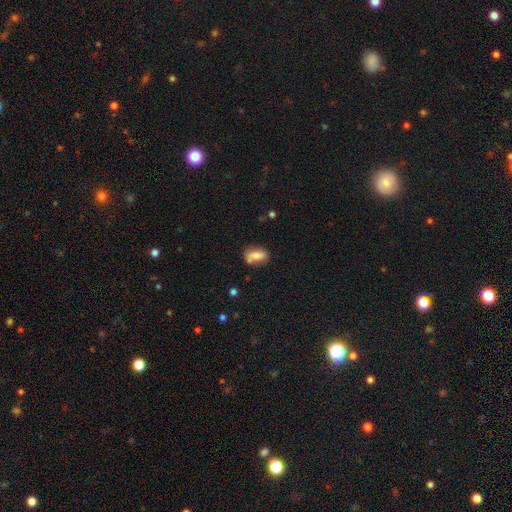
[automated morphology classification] Smooth or featured?
  - smooth: 76% *
  - featured or disk: 15%
  - star or artifact: 9%
How rounded?
  - in between: 84% *
  - round: 10%
  - cigar-shaped: 6%
Merging?
  - none: 57% *
  - minor disturbance: 24%
  - merger: 12%
  - major disturbance: 7%